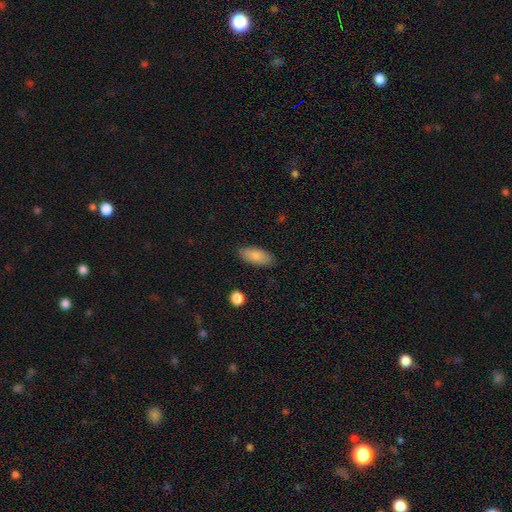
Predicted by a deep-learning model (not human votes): Smooth or featured? smooth (86%)
How rounded? in between (87%)
Merging? none (86%)